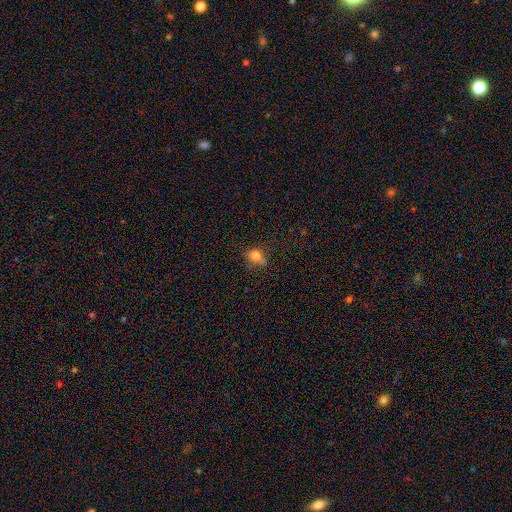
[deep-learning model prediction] Q: Smooth or featured?
A: smooth (78%); runner-up: star or artifact (13%)
Q: How rounded?
A: in between (69%); runner-up: round (28%)
Q: Merging?
A: none (56%); runner-up: minor disturbance (29%)